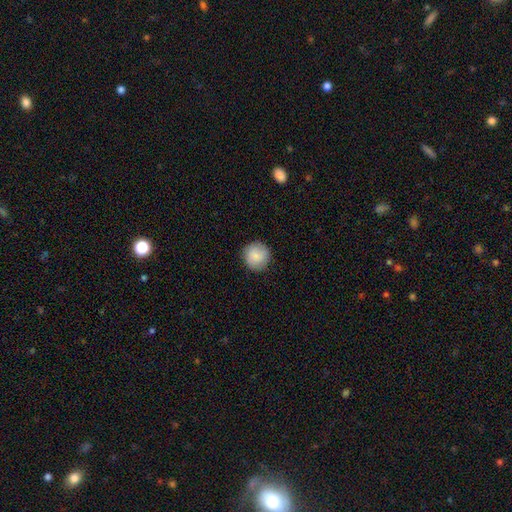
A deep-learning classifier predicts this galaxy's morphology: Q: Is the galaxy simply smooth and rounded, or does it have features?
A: smooth — 85%.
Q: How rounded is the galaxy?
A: round — 94%.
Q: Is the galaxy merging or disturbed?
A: none — 89%.